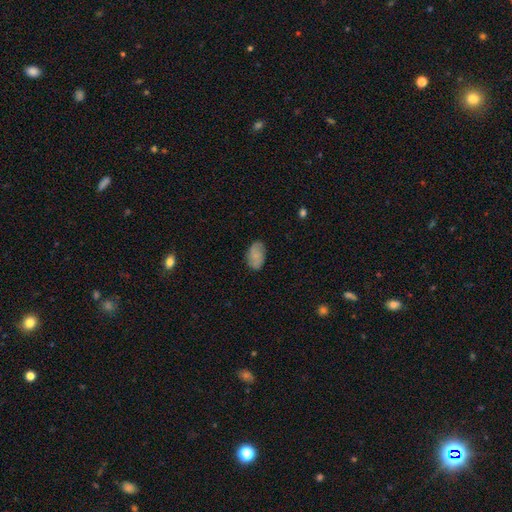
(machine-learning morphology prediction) Overall: smooth (70%). How rounded: in between (91%). Merging: none (81%).